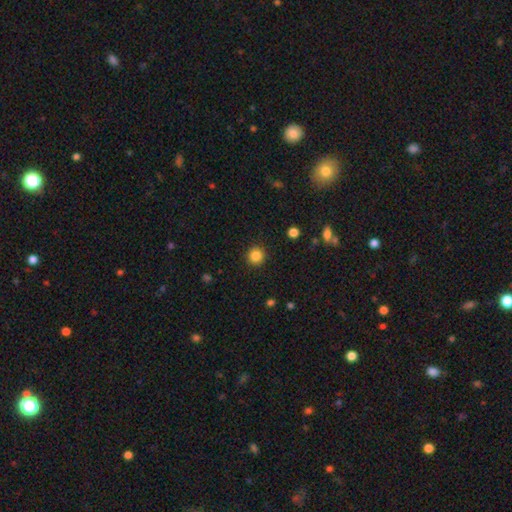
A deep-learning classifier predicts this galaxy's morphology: Smooth or featured?
  - smooth: 85% *
  - star or artifact: 12%
  - featured or disk: 4%
How rounded?
  - round: 94% *
  - in between: 5%
  - cigar-shaped: 1%
Merging?
  - none: 92% *
  - minor disturbance: 5%
  - major disturbance: 2%
  - merger: 1%